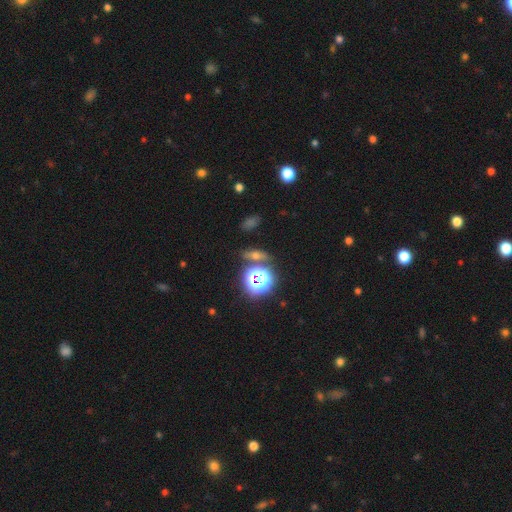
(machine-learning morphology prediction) A star or artifact, not a galaxy (39%, tied with smooth).

Vote fractions:
- Smooth or featured? star or artifact: 39% (tied) / smooth: 39% (tied) / featured or disk: 22%